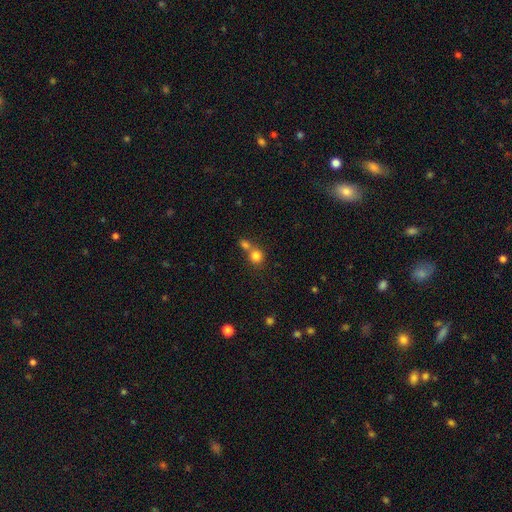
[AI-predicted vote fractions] Q: Smooth or featured?
A: smooth (81%); runner-up: star or artifact (12%)
Q: How rounded?
A: round (87%); runner-up: in between (12%)
Q: Merging?
A: none (47%); runner-up: merger (43%)